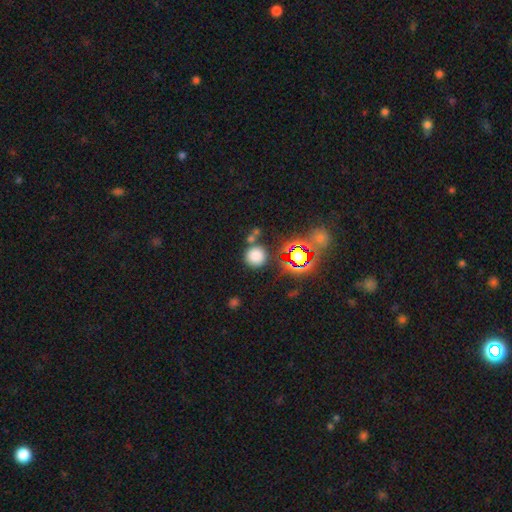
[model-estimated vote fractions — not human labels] A smooth galaxy with no disk features (75%) that is round (93%). Merging: none (76%).